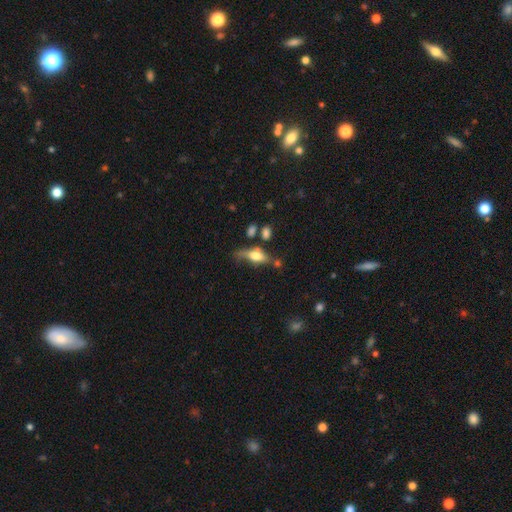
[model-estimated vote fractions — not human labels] Morphology: type=smooth (60%); roundness=in between (72%); merging=none (39%).